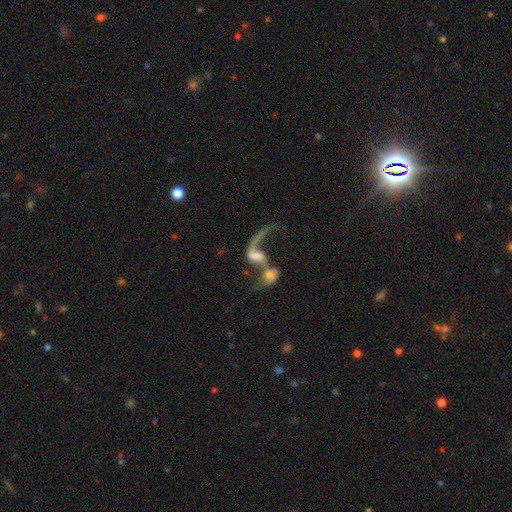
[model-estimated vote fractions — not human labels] featured or disk 68%, smooth 22%, star or artifact 10%. Down the decision tree: edge-on disk — no (95%); bar — no (49%); spiral arms — yes (76%); bulge size — none (35%); merging — merger (68%).